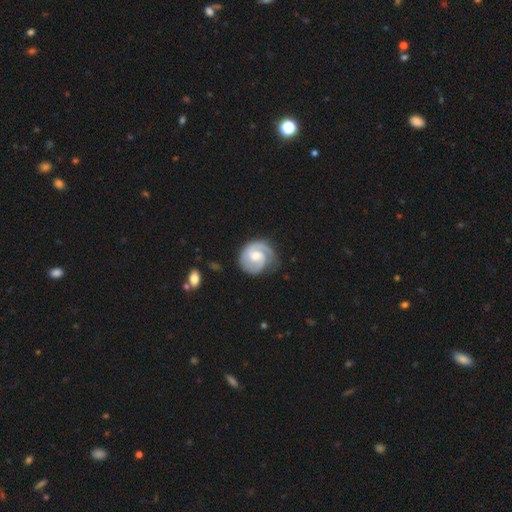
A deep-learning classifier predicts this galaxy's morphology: The model was most divided on "bar": no: 49%, weak: 43%, strong: 8%. More confident: edge-on disk — no (98%); spiral arms — yes (96%); smooth or featured — featured or disk (83%); merging — none (70%); spiral winding — tight (59%); bulge size — moderate (57%); spiral arm count — 2 (51%).